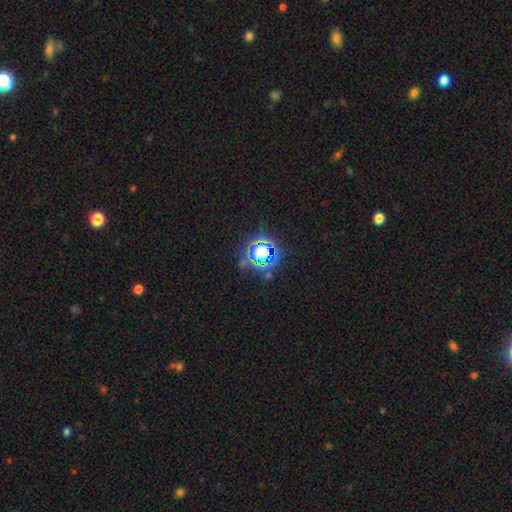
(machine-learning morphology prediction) A star or artifact, not a galaxy (75%).

Vote fractions:
- Smooth or featured? star or artifact: 75% / smooth: 18% / featured or disk: 8%